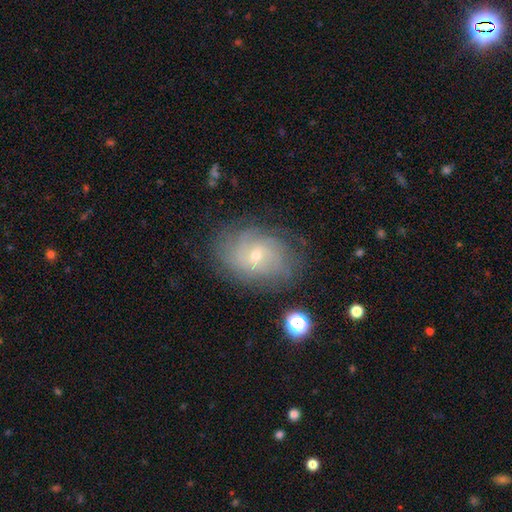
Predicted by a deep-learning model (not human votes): A featured or disk galaxy (67%) with no bar (69%), tight (63%) spiral arms (85%) and a small central bulge (73%). Merging: none (73%).